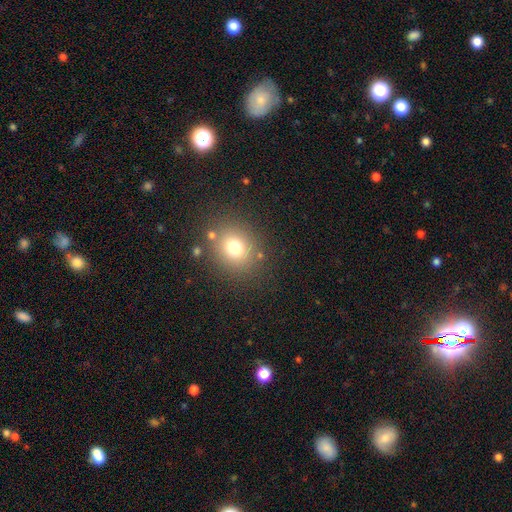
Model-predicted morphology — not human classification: Q: Smooth or featured?
A: smooth (62%); runner-up: star or artifact (29%)
Q: How rounded?
A: round (79%); runner-up: in between (20%)
Q: Merging?
A: none (86%); runner-up: minor disturbance (7%)